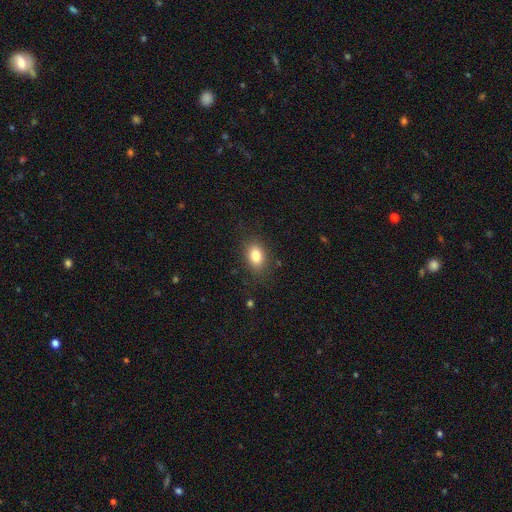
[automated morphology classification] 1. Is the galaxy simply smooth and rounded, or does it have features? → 82% smooth, 10% star or artifact, 8% featured or disk.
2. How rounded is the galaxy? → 73% in between, 26% round, 1% cigar-shaped.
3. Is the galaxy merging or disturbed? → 83% none, 12% minor disturbance, 4% major disturbance, 1% merger.